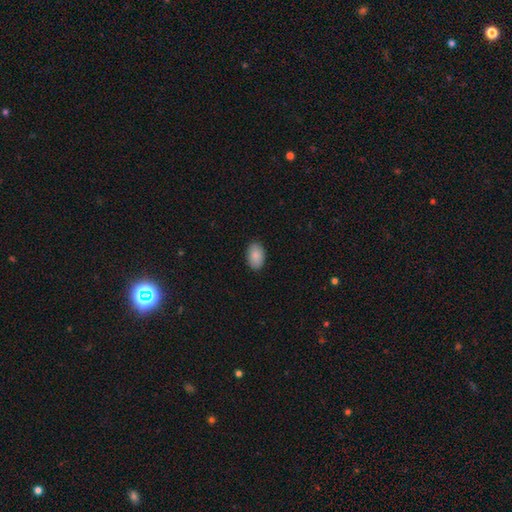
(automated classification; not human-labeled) A smooth galaxy with no disk features (87%) that is in between round and cigar-shaped (91%). Merging: none (88%).